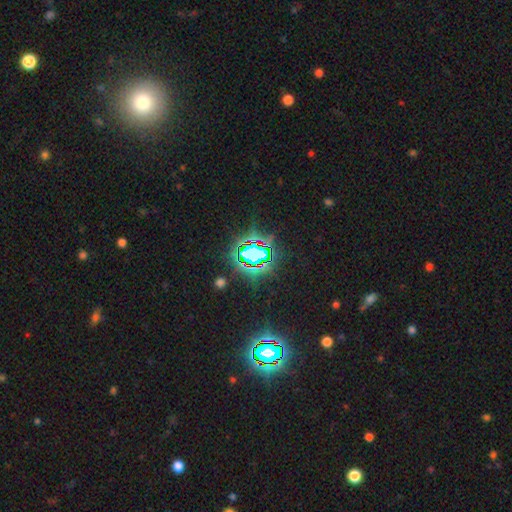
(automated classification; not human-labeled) A star or artifact, not a galaxy (81%).

Vote fractions:
- Smooth or featured? star or artifact: 81% / smooth: 11% / featured or disk: 8%